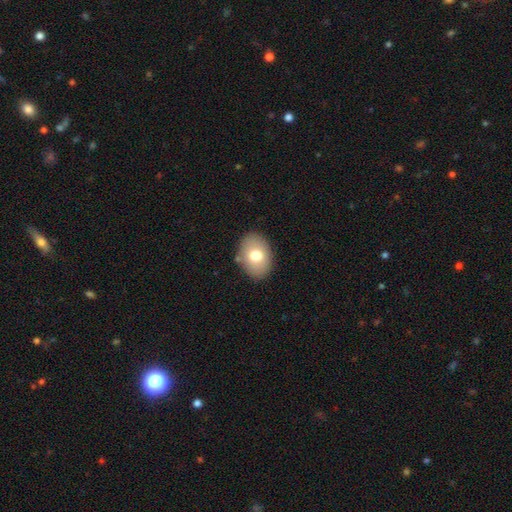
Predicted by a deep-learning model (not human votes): smooth-or-featured: smooth: 73% | featured or disk: 19% | star or artifact: 8%
  how-rounded: in between: 76% | round: 23% | cigar-shaped: 1%
  merging: none: 85% | minor disturbance: 10% | major disturbance: 3% | merger: 2%